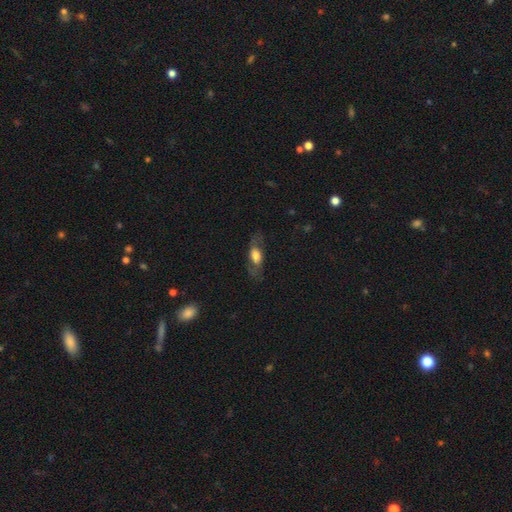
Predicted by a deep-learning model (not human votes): Smooth or featured?
  - smooth: 53% *
  - featured or disk: 39%
  - star or artifact: 8%
How rounded?
  - in between: 73% *
  - cigar-shaped: 20%
  - round: 7%
Merging?
  - none: 67% *
  - minor disturbance: 19%
  - major disturbance: 13%
  - merger: 1%